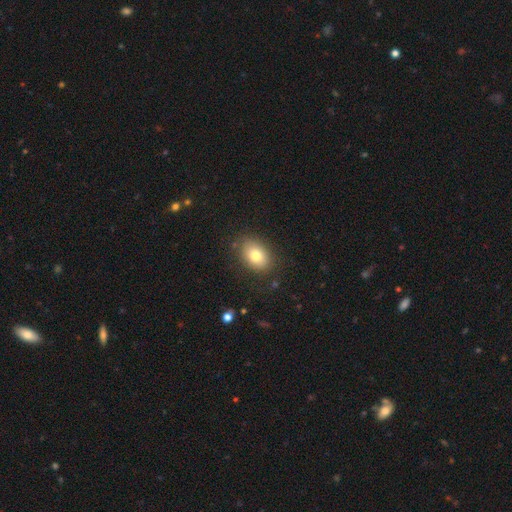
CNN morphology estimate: Overall: smooth (78%). How rounded: in between (78%). Merging: none (83%).